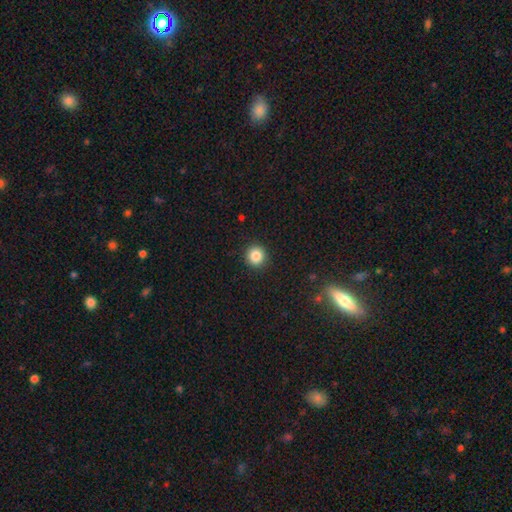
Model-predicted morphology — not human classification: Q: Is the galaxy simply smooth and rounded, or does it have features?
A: smooth — 85%.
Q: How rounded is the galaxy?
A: round — 93%.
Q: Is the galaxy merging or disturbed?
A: none — 92%.